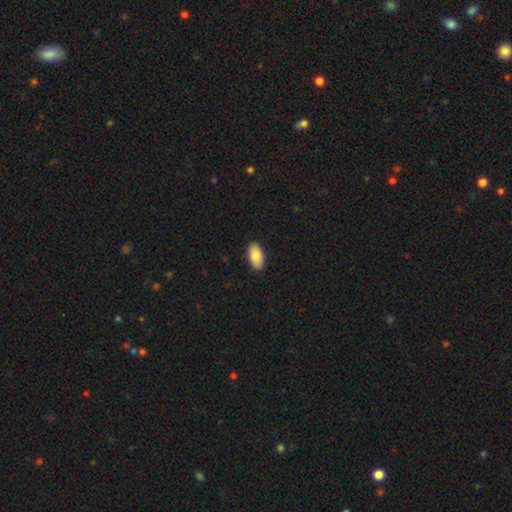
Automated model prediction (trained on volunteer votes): Smooth or featured: smooth — 87% (featured or disk — 7%)
How rounded: in between — 94% (cigar-shaped — 4%)
Merging: none — 90% (minor disturbance — 8%)